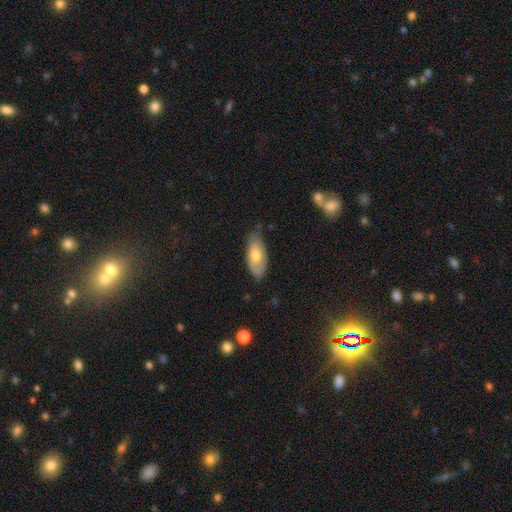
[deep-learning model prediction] smooth 64%, featured or disk 30%, star or artifact 6%. Down the decision tree: how rounded — in between (87%); merging — none (70%).